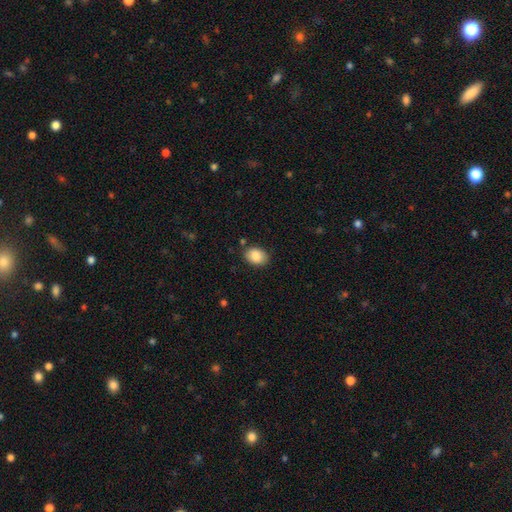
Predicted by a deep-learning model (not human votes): A smooth galaxy with no disk features (87%) that is in between round and cigar-shaped (74%).

Vote fractions:
- Smooth or featured? smooth: 87% / star or artifact: 7% / featured or disk: 6%
- How rounded? in between: 74% / round: 25% / cigar-shaped: 1%
- Merging? none: 83% / minor disturbance: 12% / major disturbance: 3% / merger: 2%